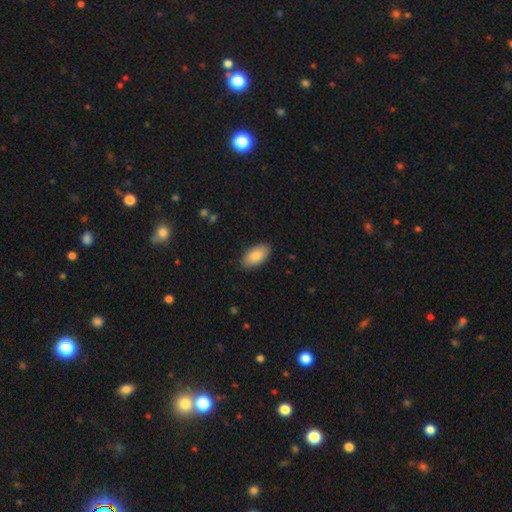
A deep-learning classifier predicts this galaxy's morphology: Smooth or featured? smooth (84%)
How rounded? in between (94%)
Merging? none (87%)